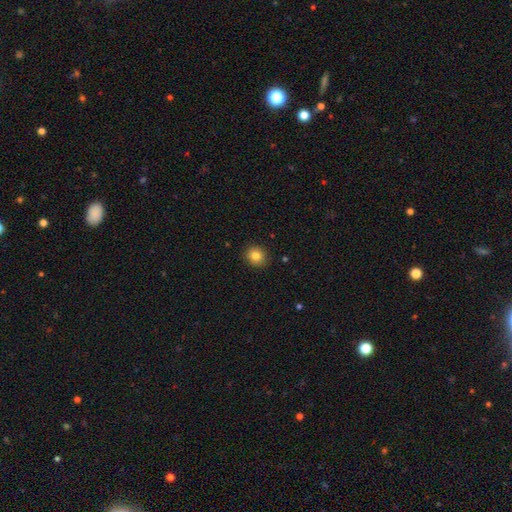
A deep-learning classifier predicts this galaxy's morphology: A smooth galaxy with no disk features (83%) that is round (79%). Merging: none (90%).